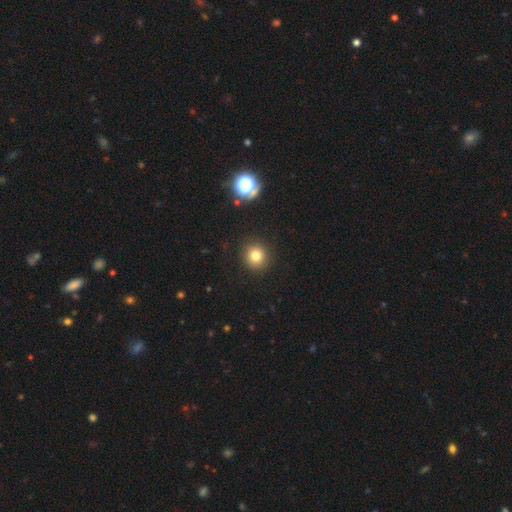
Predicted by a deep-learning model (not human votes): smooth_or_featured: smooth (p=0.80) [alt: star or artifact p=0.13]
how_rounded: round (p=0.92) [alt: in between p=0.08]
merging: none (p=0.91) [alt: minor disturbance p=0.06]